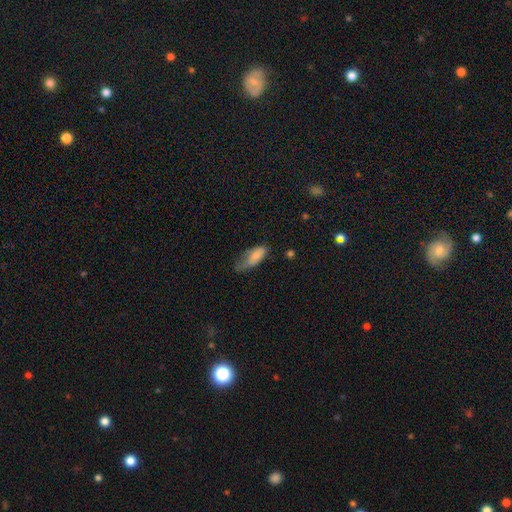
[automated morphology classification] A smooth galaxy with no disk features (78%) that is in between round and cigar-shaped (82%).

Vote fractions:
- Smooth or featured? smooth: 78% / featured or disk: 15% / star or artifact: 7%
- How rounded? in between: 82% / cigar-shaped: 15% / round: 2%
- Merging? minor disturbance: 41% / none: 29% / major disturbance: 27% / merger: 3%